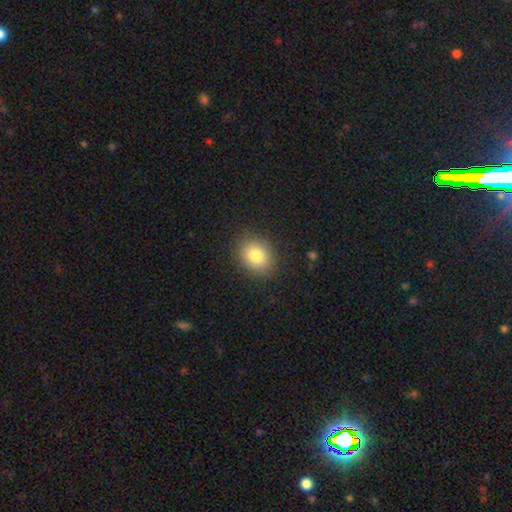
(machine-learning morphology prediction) Q: Smooth or featured?
A: smooth (82%); runner-up: star or artifact (10%)
Q: How rounded?
A: round (50%); runner-up: in between (49%)
Q: Merging?
A: none (87%); runner-up: minor disturbance (9%)